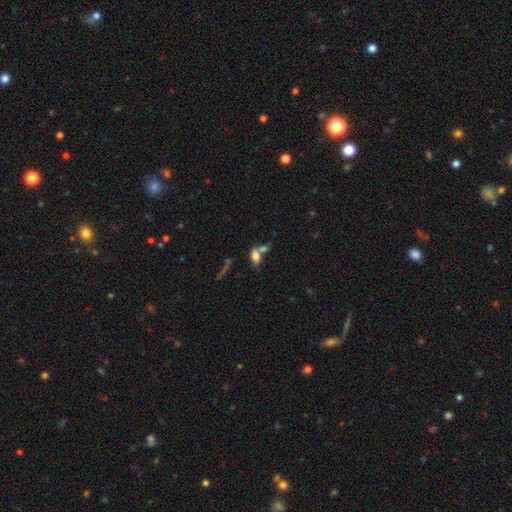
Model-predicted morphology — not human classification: A smooth galaxy with no disk features (70%) that is in between round and cigar-shaped (84%).

Vote fractions:
- Smooth or featured? smooth: 70% / featured or disk: 18% / star or artifact: 11%
- How rounded? in between: 84% / round: 10% / cigar-shaped: 7%
- Merging? merger: 47% / none: 35% / minor disturbance: 11% / major disturbance: 8%